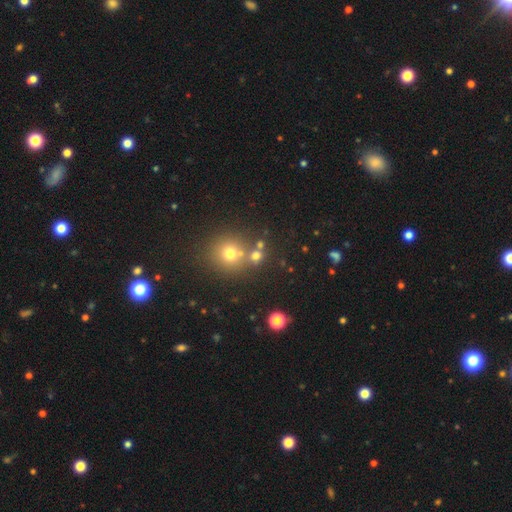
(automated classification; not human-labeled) Morphology: type=smooth (65%); roundness=round (86%); merging=none (63%).